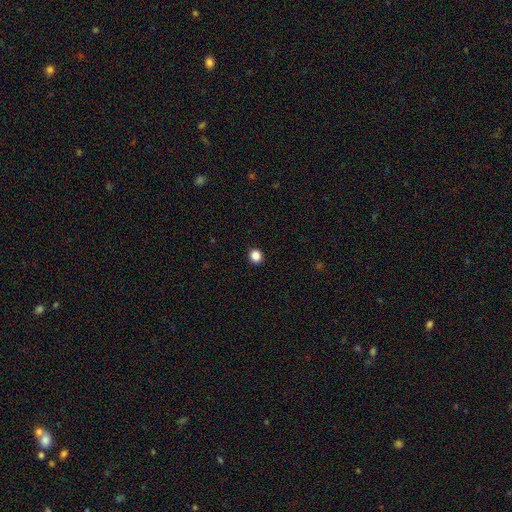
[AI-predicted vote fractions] smooth_or_featured: smooth (p=0.86) [alt: star or artifact p=0.11]
how_rounded: round (p=0.82) [alt: in between p=0.18]
merging: none (p=0.92) [alt: minor disturbance p=0.05]